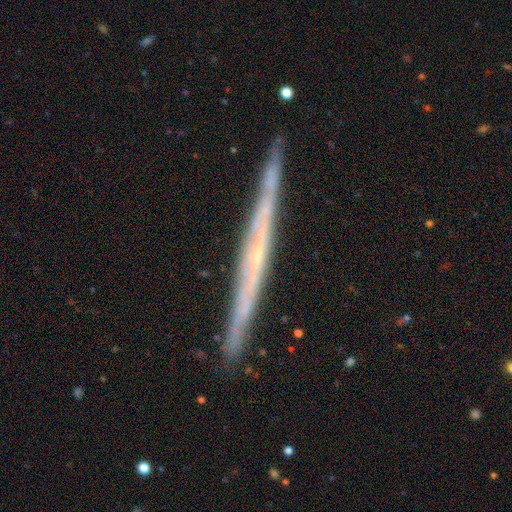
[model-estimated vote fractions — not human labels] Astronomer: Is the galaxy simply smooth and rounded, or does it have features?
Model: featured or disk — 77%.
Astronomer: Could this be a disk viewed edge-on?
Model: yes — 97%.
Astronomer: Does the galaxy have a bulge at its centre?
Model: none — 70%.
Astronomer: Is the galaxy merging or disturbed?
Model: none — 89%.